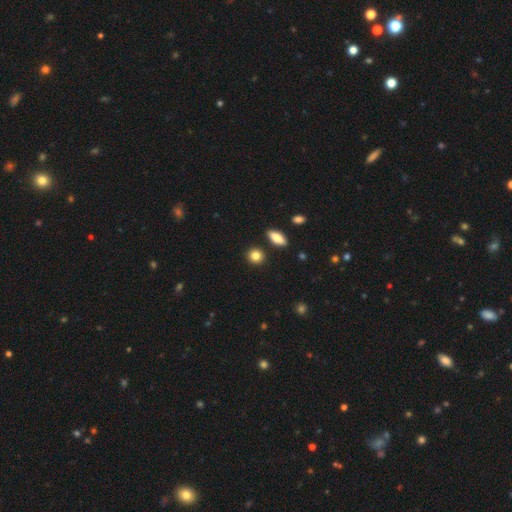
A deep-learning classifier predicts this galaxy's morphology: smooth 85%, star or artifact 9%, featured or disk 6%. Down the decision tree: how rounded — round (80%); merging — none (88%).